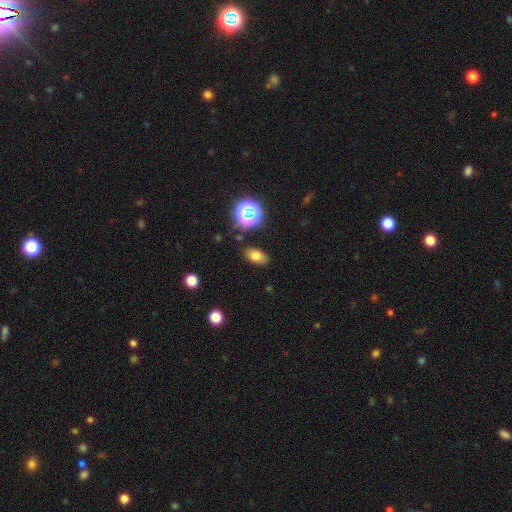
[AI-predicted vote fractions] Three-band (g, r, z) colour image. It shows a smooth galaxy with no disk features (74%) that is in between round and cigar-shaped (86%). Merging: none (83%).